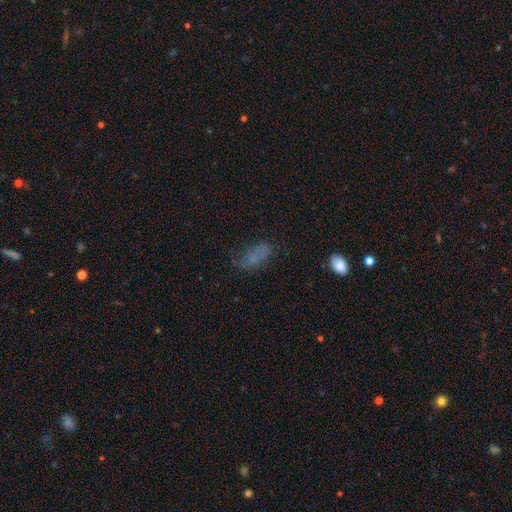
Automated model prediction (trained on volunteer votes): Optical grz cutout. It shows a smooth galaxy with no disk features (61%) that is in between round and cigar-shaped (84%). Merging: none (49%).